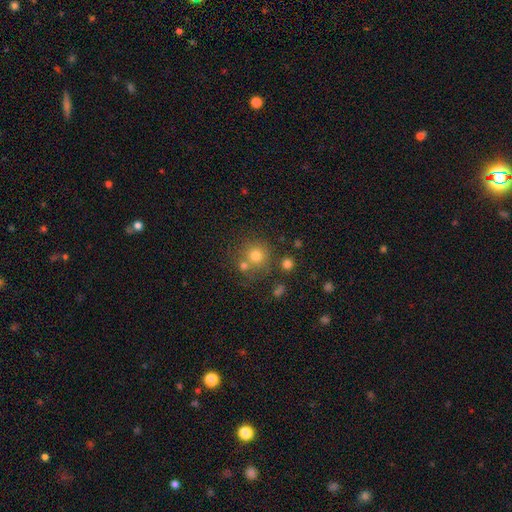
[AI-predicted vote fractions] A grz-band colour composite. It shows a smooth galaxy with no disk features (73%) that is round (91%). Merging: none (64%).